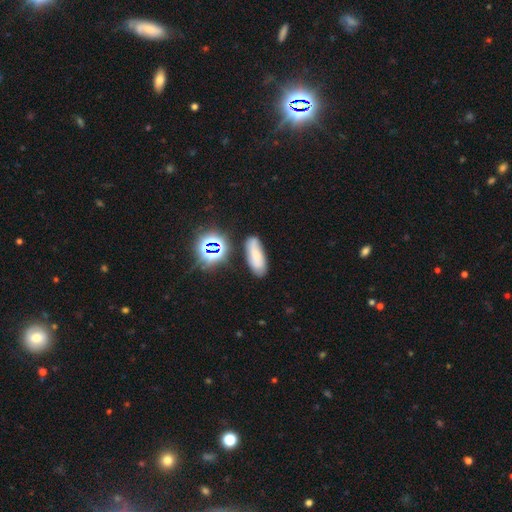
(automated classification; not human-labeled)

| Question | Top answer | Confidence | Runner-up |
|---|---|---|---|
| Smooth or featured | smooth | 59% | featured or disk (22%) |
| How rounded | in between | 66% | cigar-shaped (28%) |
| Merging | none | 69% | minor disturbance (19%) |